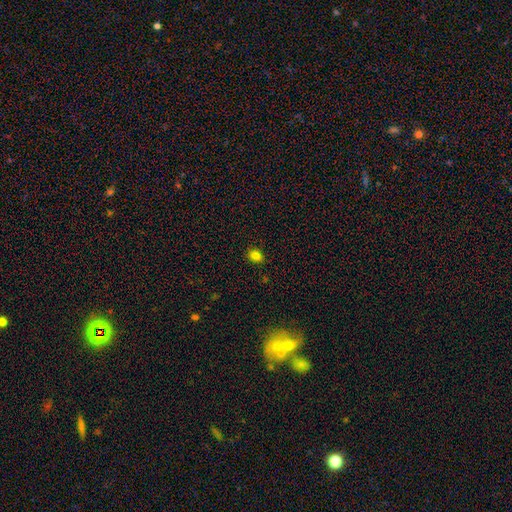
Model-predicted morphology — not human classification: Q: Smooth or featured?
A: smooth (82%); runner-up: star or artifact (13%)
Q: How rounded?
A: in between (56%); runner-up: round (43%)
Q: Merging?
A: none (89%); runner-up: minor disturbance (8%)